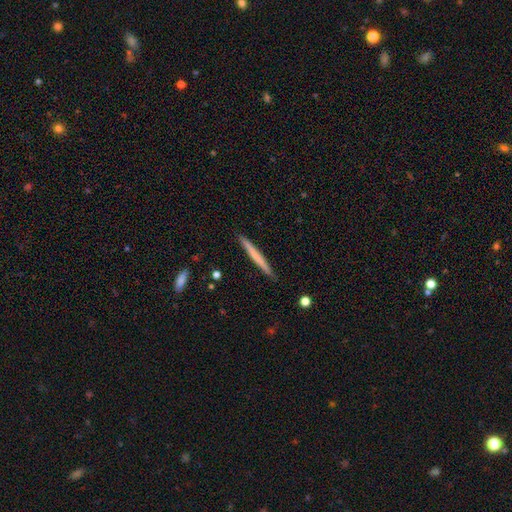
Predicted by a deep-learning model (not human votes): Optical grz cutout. It shows a smooth galaxy with no disk features (60%) that is cigar-shaped (97%). Merging: none (91%).